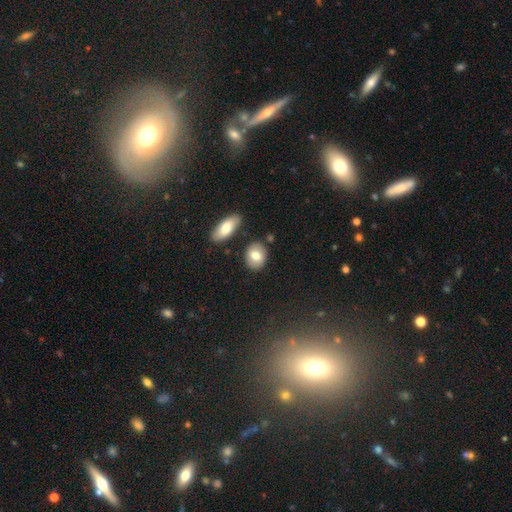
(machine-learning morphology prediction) Smooth or featured: smooth — 78% (featured or disk — 15%)
How rounded: in between — 66% (round — 33%)
Merging: none — 81% (minor disturbance — 11%)